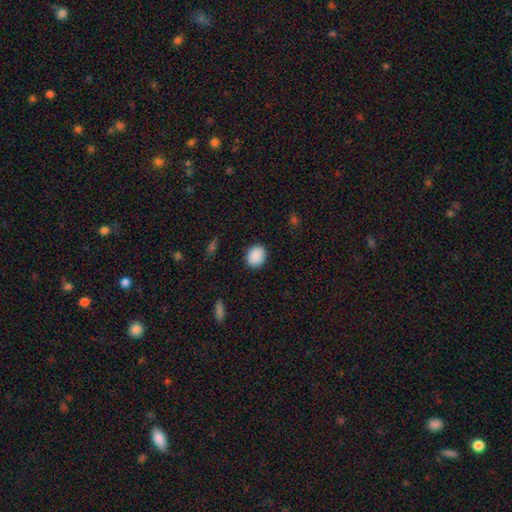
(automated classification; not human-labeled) The model was most divided on "how rounded": round: 61%, in between: 39%, cigar-shaped: 1%. More confident: smooth or featured — smooth (90%); merging — none (89%).